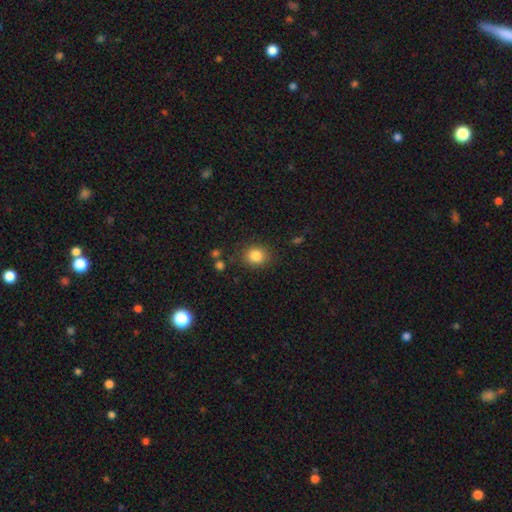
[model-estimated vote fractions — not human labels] smooth-or-featured: smooth: 85% | star or artifact: 10% | featured or disk: 5%
  how-rounded: round: 79% | in between: 20% | cigar-shaped: 1%
  merging: none: 85% | minor disturbance: 9% | major disturbance: 3% | merger: 3%